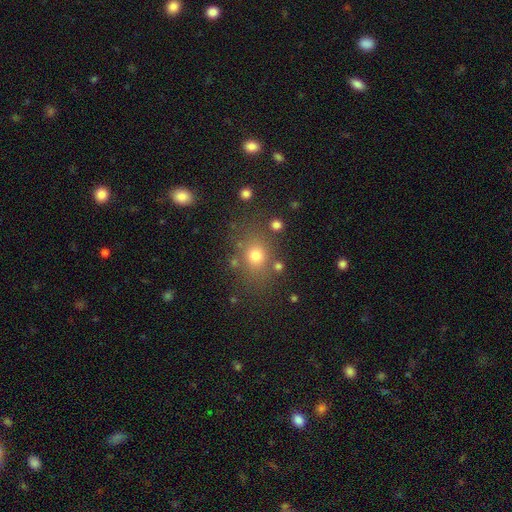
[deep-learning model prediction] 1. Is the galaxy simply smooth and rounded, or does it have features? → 72% smooth, 17% star or artifact, 11% featured or disk.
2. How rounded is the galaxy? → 58% round, 40% in between, 1% cigar-shaped.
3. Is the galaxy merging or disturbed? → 77% none, 12% minor disturbance, 6% merger, 5% major disturbance.